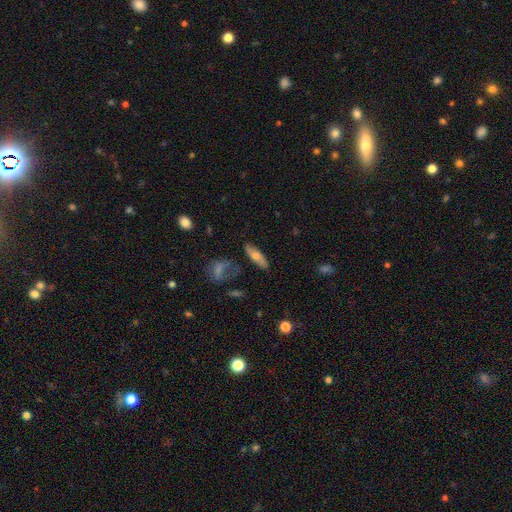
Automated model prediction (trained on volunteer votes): A smooth galaxy with no disk features (62%) that is in between round and cigar-shaped (52%). Merging: none (73%).